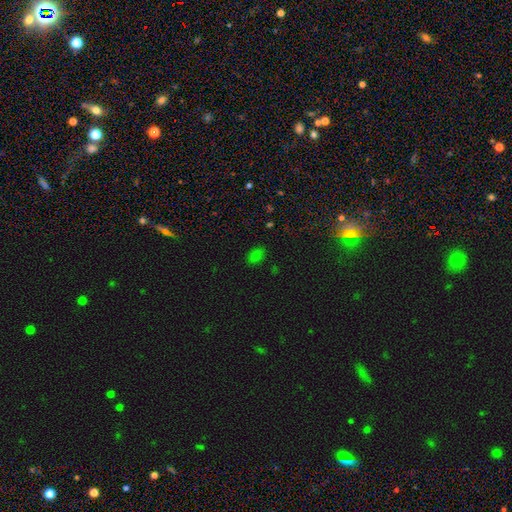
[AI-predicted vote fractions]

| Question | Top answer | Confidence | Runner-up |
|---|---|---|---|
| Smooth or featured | smooth | 71% | star or artifact (24%) |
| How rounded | in between | 84% | round (14%) |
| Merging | none | 82% | minor disturbance (12%) |